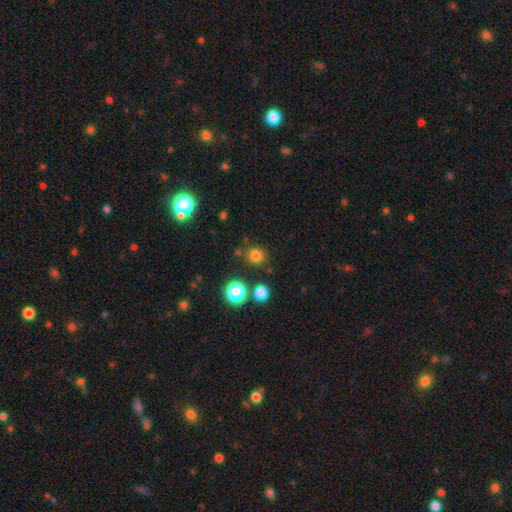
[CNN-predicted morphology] smooth 77%, star or artifact 18%, featured or disk 5%. Down the decision tree: how rounded — round (91%); merging — none (83%).